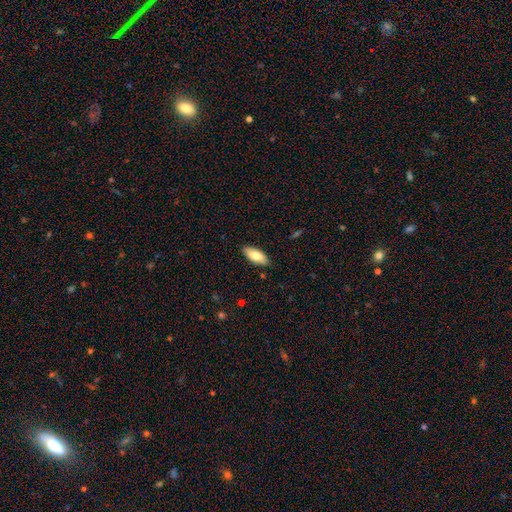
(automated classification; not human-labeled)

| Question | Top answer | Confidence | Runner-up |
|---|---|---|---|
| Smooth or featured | smooth | 78% | featured or disk (16%) |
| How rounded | in between | 84% | cigar-shaped (14%) |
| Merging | none | 88% | minor disturbance (9%) |